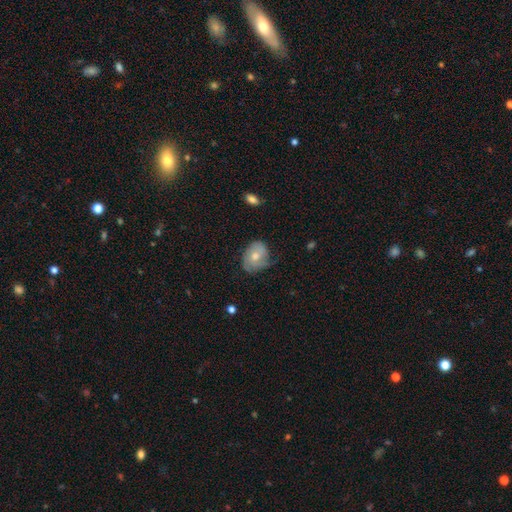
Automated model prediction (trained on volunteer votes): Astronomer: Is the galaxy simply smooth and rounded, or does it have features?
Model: featured or disk — 51% (runner-up: smooth, 42%).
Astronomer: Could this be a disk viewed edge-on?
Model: no — 96%.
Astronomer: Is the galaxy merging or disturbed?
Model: none — 52% (runner-up: minor disturbance, 32%).